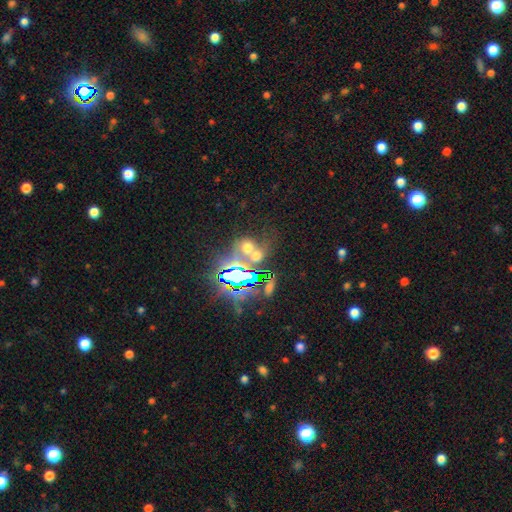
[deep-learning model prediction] This appears to be a star or artifact, not a galaxy (47%).